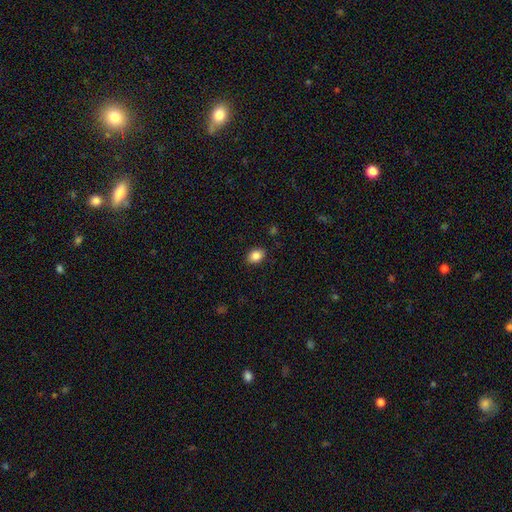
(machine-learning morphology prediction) A smooth galaxy with no disk features (85%) that is in between round and cigar-shaped (72%).

Vote fractions:
- Smooth or featured? smooth: 85% / star or artifact: 9% / featured or disk: 6%
- How rounded? in between: 72% / round: 27% / cigar-shaped: 1%
- Merging? none: 88% / minor disturbance: 9% / major disturbance: 2% / merger: 1%